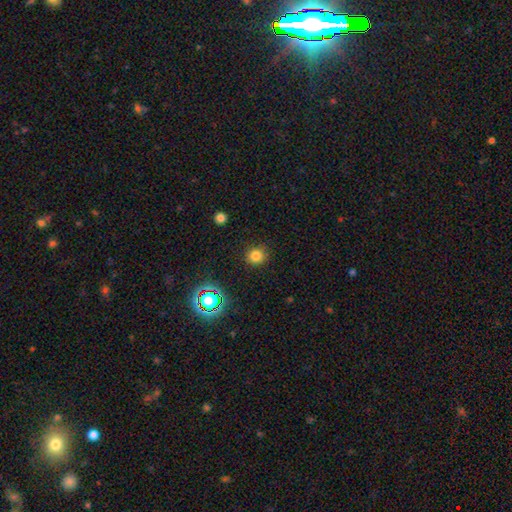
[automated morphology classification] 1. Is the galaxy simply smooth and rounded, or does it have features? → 79% smooth, 16% star or artifact, 5% featured or disk.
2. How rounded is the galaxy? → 89% round, 10% in between, 1% cigar-shaped.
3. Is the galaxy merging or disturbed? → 89% none, 7% minor disturbance, 2% major disturbance, 1% merger.